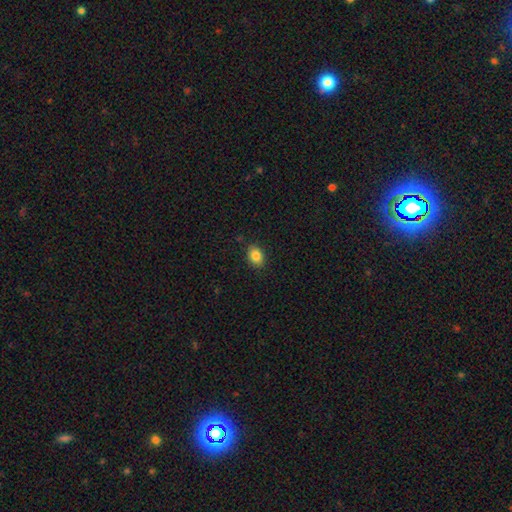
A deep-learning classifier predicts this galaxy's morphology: Smooth or featured? smooth (85%)
How rounded? in between (72%)
Merging? none (87%)